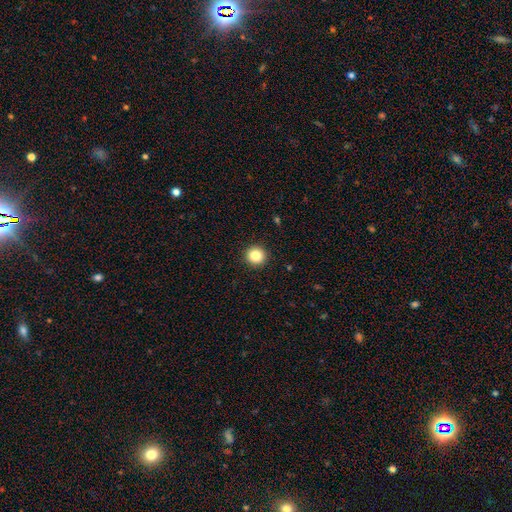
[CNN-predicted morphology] type=smooth (84%); roundness=round (95%); merging=none (93%).